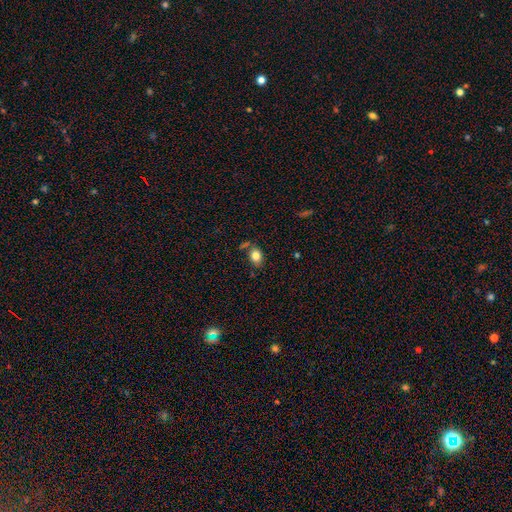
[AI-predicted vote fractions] Smooth or featured?
  - smooth: 81% *
  - star or artifact: 10%
  - featured or disk: 9%
How rounded?
  - in between: 71% *
  - round: 27%
  - cigar-shaped: 1%
Merging?
  - none: 69% *
  - minor disturbance: 16%
  - merger: 9%
  - major disturbance: 5%